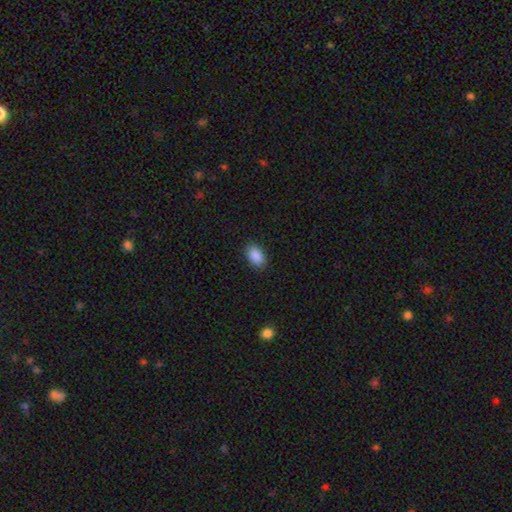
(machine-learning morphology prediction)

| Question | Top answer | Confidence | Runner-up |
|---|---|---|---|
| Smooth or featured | smooth | 90% | star or artifact (7%) |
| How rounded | in between | 91% | round (8%) |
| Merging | none | 89% | minor disturbance (8%) |